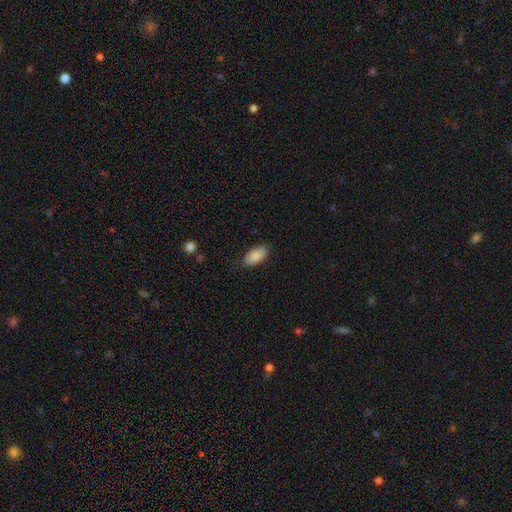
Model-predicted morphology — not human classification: Q: Smooth or featured?
A: smooth (87%); runner-up: featured or disk (7%)
Q: How rounded?
A: in between (94%); runner-up: cigar-shaped (3%)
Q: Merging?
A: none (81%); runner-up: minor disturbance (15%)